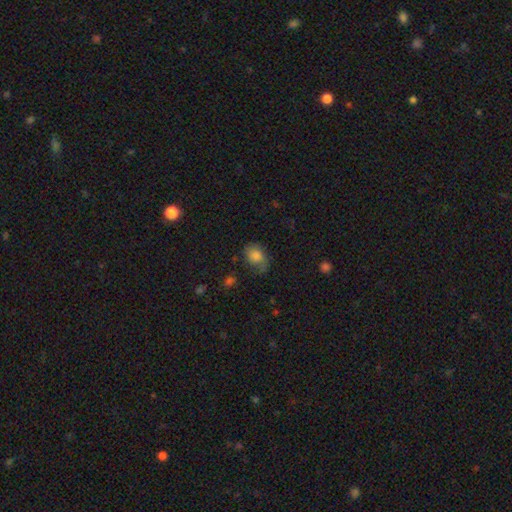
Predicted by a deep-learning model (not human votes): smooth_or_featured: smooth (p=0.74) [alt: featured or disk p=0.16]
how_rounded: in between (p=0.68) [alt: round p=0.30]
merging: none (p=0.52) [alt: minor disturbance p=0.31]